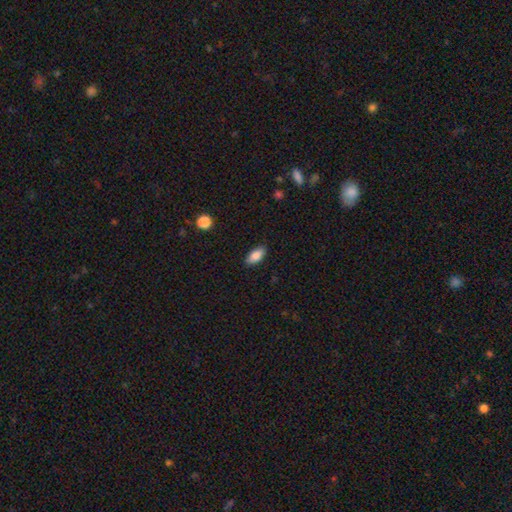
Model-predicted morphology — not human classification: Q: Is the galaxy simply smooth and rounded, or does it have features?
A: smooth — 85%.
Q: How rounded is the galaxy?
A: in between — 89%.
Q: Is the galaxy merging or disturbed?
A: none — 88%.